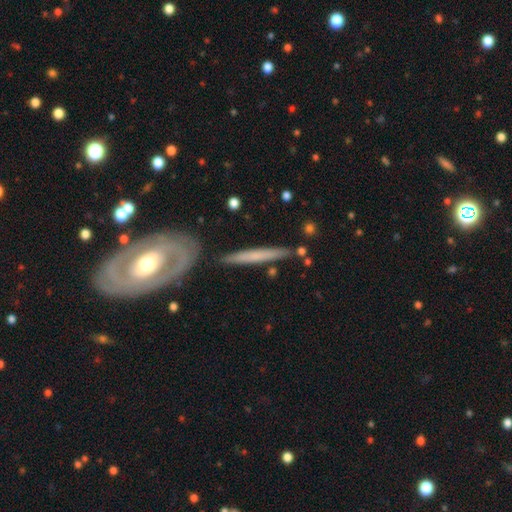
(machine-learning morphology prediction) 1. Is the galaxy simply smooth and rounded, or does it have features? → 48% featured or disk, 47% smooth, 6% star or artifact.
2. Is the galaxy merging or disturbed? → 82% none, 11% minor disturbance, 4% merger, 3% major disturbance.